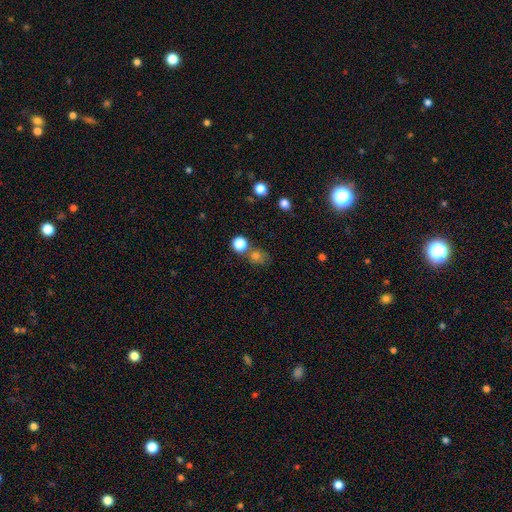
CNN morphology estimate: A smooth galaxy with no disk features (71%) that is round (68%). Merging: none (61%).